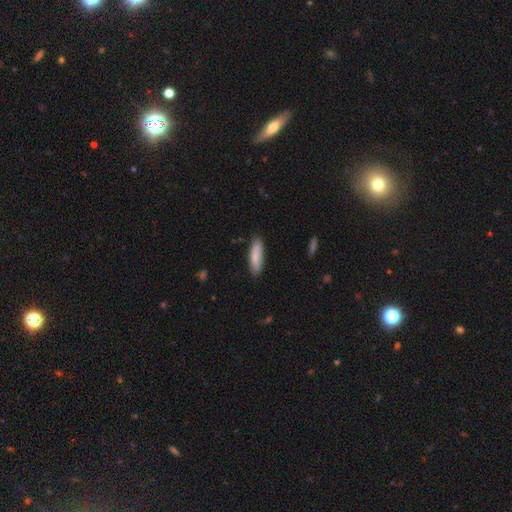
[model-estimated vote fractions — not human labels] This appears to be a smooth galaxy with no disk features (84%) that is cigar-shaped (60%). Merging: none (83%).